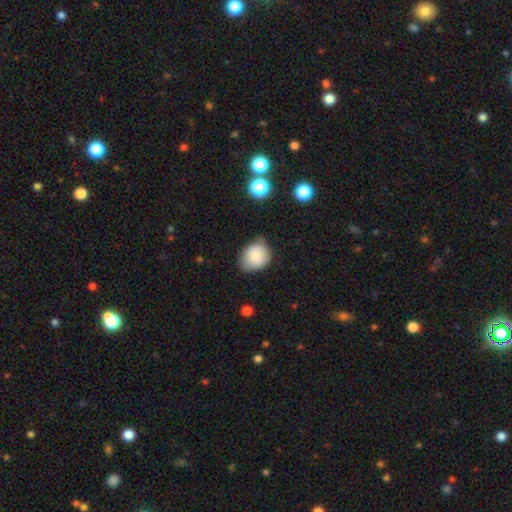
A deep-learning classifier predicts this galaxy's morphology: A smooth galaxy with no disk features (82%) that is round (54%). Merging: none (63%).